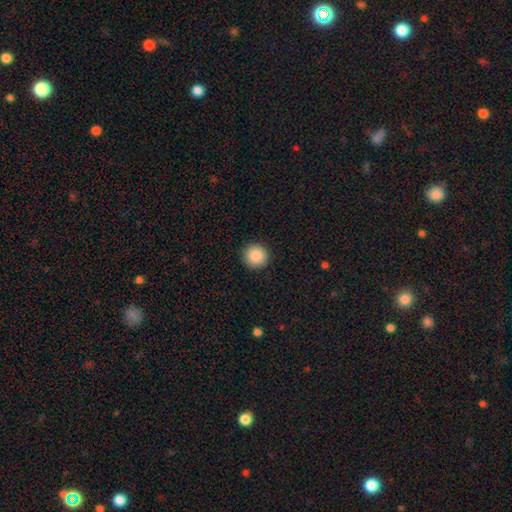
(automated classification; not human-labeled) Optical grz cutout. It shows a smooth galaxy with no disk features (88%) that is round (95%). Merging: none (92%).